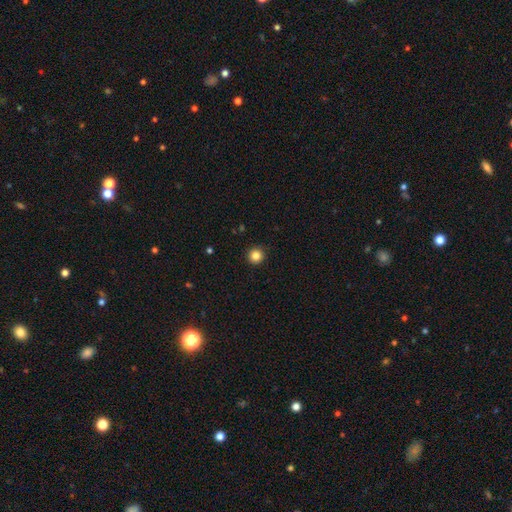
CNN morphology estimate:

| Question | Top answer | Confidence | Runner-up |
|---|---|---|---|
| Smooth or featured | smooth | 85% | star or artifact (11%) |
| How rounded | round | 96% | in between (3%) |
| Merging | none | 93% | minor disturbance (5%) |